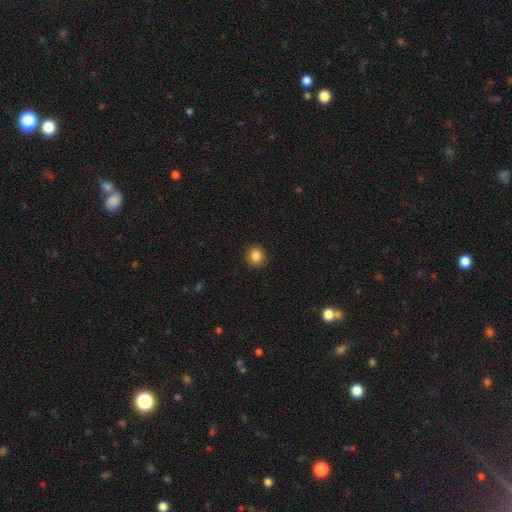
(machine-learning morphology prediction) smooth_or_featured: smooth (p=0.86) [alt: star or artifact p=0.10]
how_rounded: round (p=0.88) [alt: in between p=0.11]
merging: none (p=0.91) [alt: minor disturbance p=0.07]